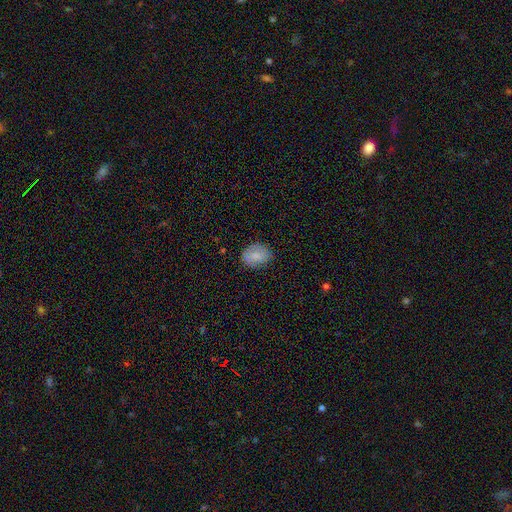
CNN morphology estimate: This appears to be a smooth galaxy with no disk features (81%) that is in between round and cigar-shaped (60%). Merging: none (79%).